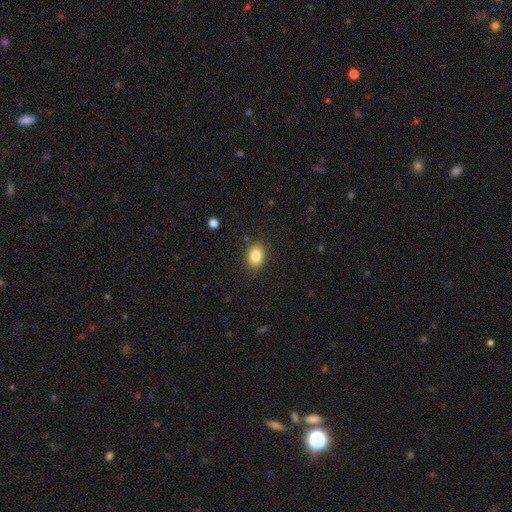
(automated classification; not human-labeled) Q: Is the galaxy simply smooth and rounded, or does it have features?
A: smooth — 85%.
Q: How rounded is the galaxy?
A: in between — 77%.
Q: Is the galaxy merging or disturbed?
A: none — 86%.